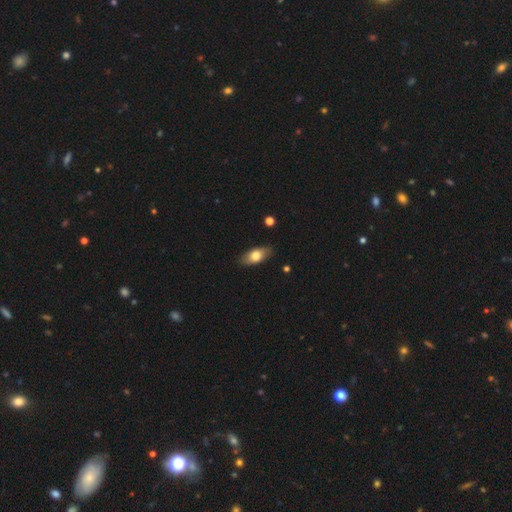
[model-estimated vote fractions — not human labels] The model was most divided on "smooth or featured": smooth: 72%, featured or disk: 22%, star or artifact: 6%. More confident: how rounded — in between (87%); merging — none (85%).